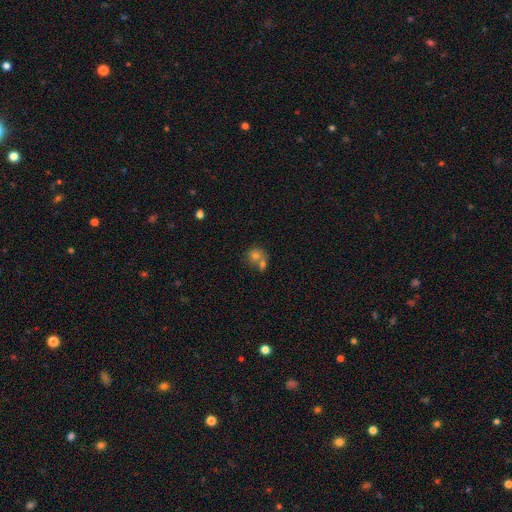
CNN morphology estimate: smooth_or_featured: smooth (p=0.71) [alt: featured or disk p=0.17]
how_rounded: round (p=0.76) [alt: in between p=0.23]
merging: merger (p=0.54) [alt: none p=0.34]